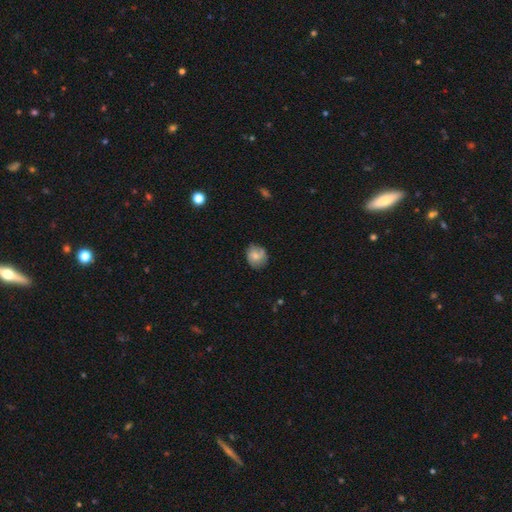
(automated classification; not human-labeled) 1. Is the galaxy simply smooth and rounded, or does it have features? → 62% smooth, 30% featured or disk, 9% star or artifact.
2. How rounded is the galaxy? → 74% round, 25% in between, 1% cigar-shaped.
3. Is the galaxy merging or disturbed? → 68% none, 23% minor disturbance, 5% major disturbance, 3% merger.